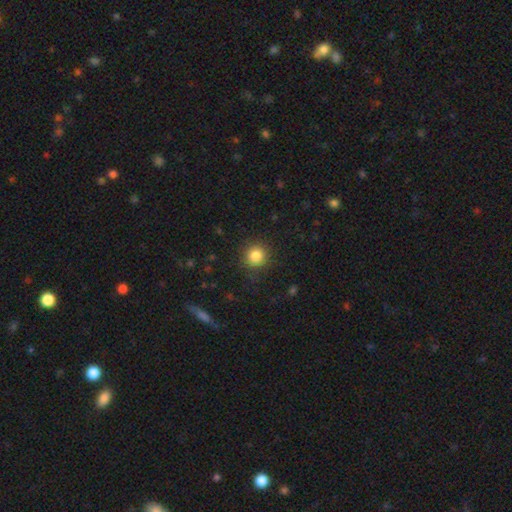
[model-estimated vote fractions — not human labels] A smooth galaxy with no disk features (84%) that is round (93%).

Vote fractions:
- Smooth or featured? smooth: 84% / star or artifact: 11% / featured or disk: 5%
- How rounded? round: 93% / in between: 6% / cigar-shaped: 1%
- Merging? none: 89% / minor disturbance: 7% / major disturbance: 3% / merger: 1%